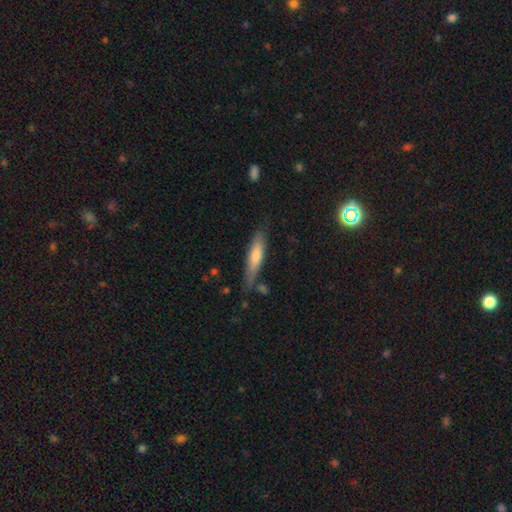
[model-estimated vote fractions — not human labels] Q: Smooth or featured?
A: smooth (53%); runner-up: featured or disk (38%)
Q: How rounded?
A: cigar-shaped (84%); runner-up: in between (15%)
Q: Merging?
A: none (74%); runner-up: minor disturbance (18%)